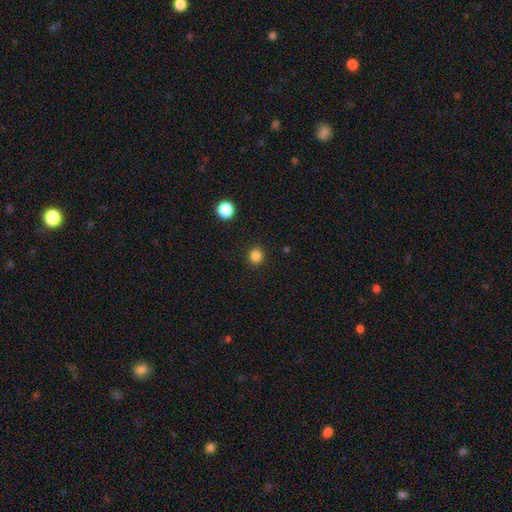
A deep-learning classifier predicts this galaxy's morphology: smooth 85%, star or artifact 12%, featured or disk 3%. Down the decision tree: how rounded — round (85%); merging — none (91%).